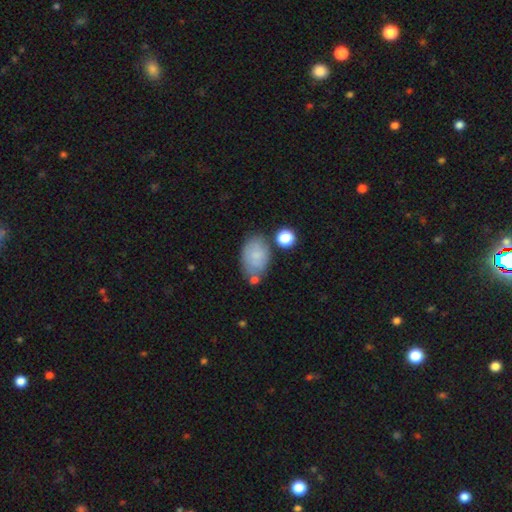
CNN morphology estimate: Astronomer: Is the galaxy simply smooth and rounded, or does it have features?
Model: smooth — 75%.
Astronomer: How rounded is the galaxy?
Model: in between — 87%.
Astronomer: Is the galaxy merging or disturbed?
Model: none — 60%.